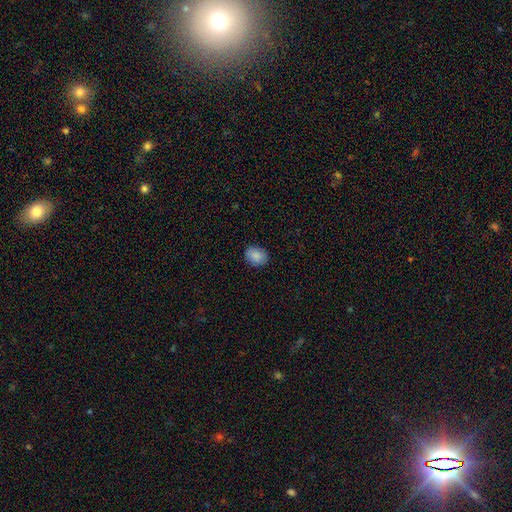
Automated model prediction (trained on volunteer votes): Smooth or featured? smooth (88%)
How rounded? in between (63%)
Merging? none (87%)